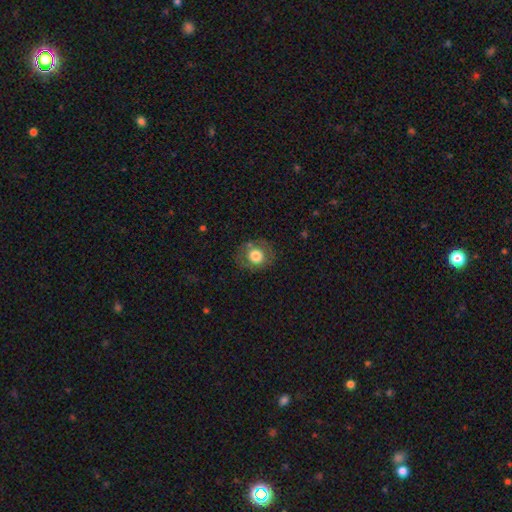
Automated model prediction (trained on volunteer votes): smooth_or_featured: smooth (p=0.69) [alt: featured or disk p=0.22]
how_rounded: round (p=0.78) [alt: in between p=0.21]
merging: none (p=0.76) [alt: minor disturbance p=0.15]